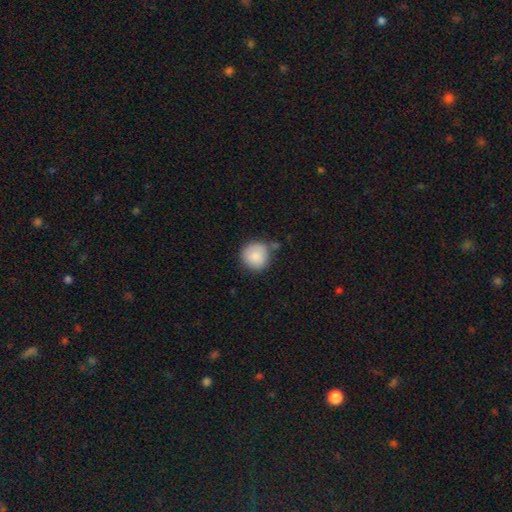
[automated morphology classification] Q: Smooth or featured?
A: smooth (86%); runner-up: featured or disk (7%)
Q: How rounded?
A: round (91%); runner-up: in between (8%)
Q: Merging?
A: none (66%); runner-up: minor disturbance (21%)